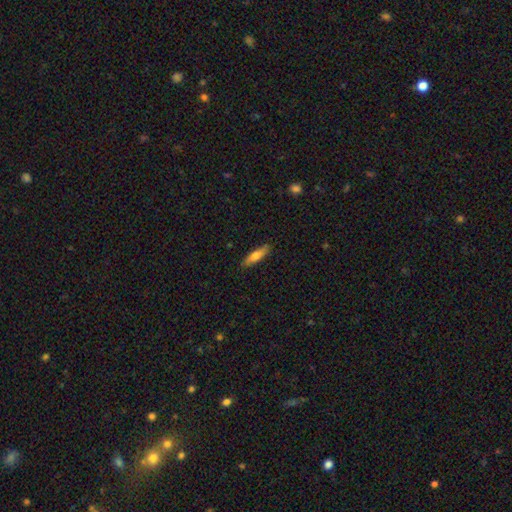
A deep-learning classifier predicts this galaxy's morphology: This is likely a smooth galaxy (70%). How rounded: likely cigar-shaped (70%). Merging: clearly none (87%).